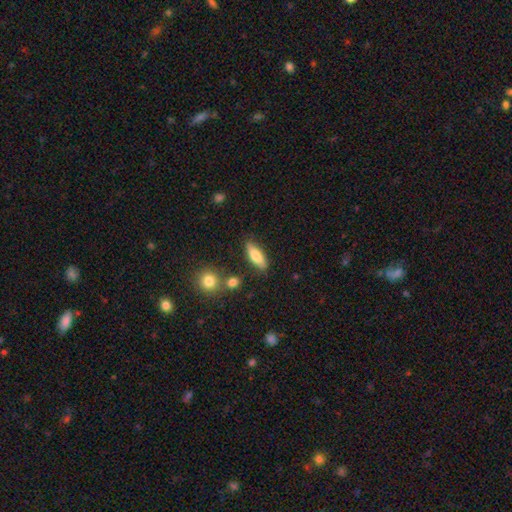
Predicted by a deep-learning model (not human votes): Smooth or featured? smooth (77%)
How rounded? in between (67%)
Merging? none (77%)